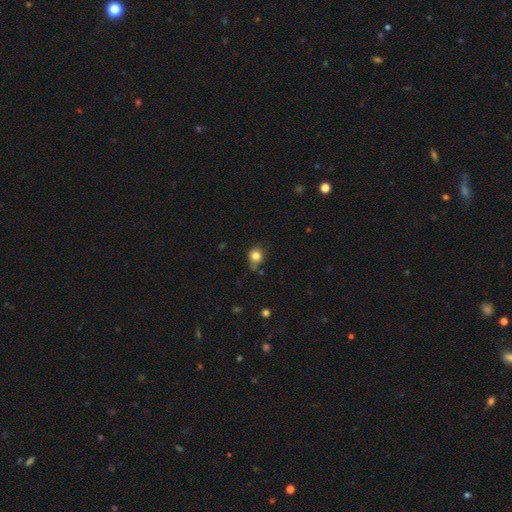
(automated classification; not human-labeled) This is clearly a smooth galaxy (81%). How rounded: likely round (76%). Merging: likely none (60%).